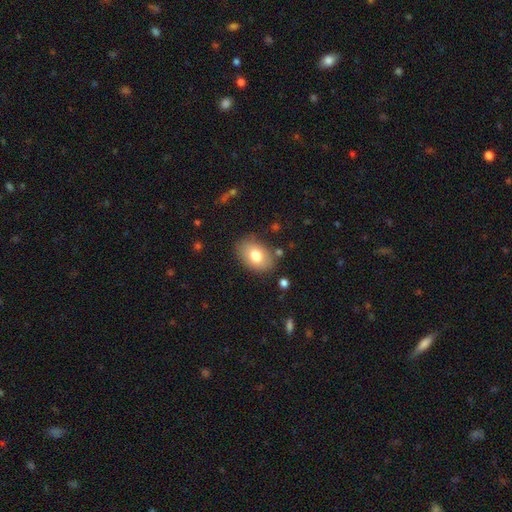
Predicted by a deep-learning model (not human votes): smooth 77%, featured or disk 16%, star or artifact 8%. Down the decision tree: how rounded — in between (84%); merging — none (81%).